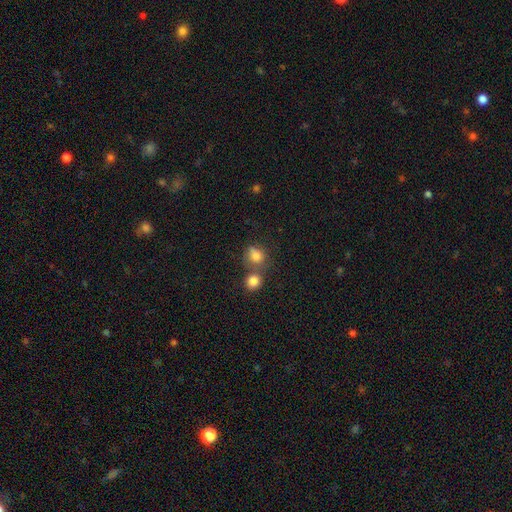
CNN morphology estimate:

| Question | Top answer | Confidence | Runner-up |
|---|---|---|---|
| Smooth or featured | smooth | 80% | star or artifact (12%) |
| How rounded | round | 62% | in between (37%) |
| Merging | none | 42% | merger (38%) |